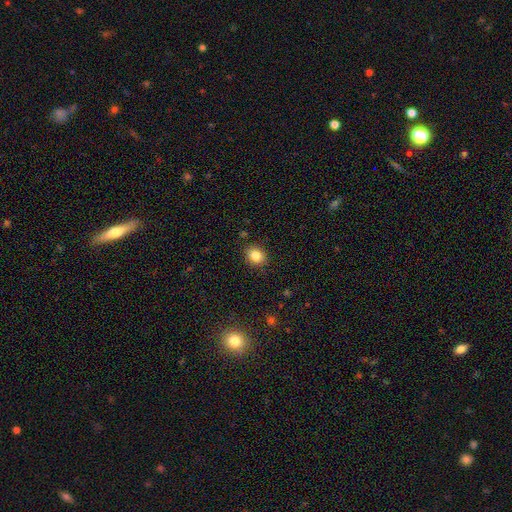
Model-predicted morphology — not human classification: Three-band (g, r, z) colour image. It shows a smooth galaxy with no disk features (83%) that is round (64%). Merging: none (88%).